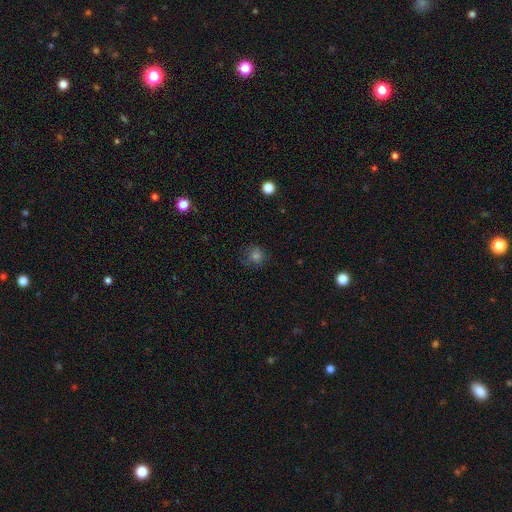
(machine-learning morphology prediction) Smooth or featured?
  - smooth: 71% *
  - star or artifact: 20%
  - featured or disk: 9%
How rounded?
  - round: 88% *
  - in between: 11%
  - cigar-shaped: 1%
Merging?
  - none: 78% *
  - minor disturbance: 15%
  - major disturbance: 6%
  - merger: 1%